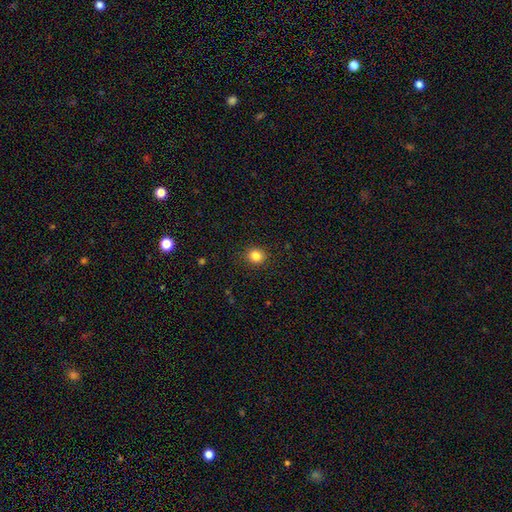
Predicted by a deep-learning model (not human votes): smooth-or-featured: smooth: 84% | star or artifact: 11% | featured or disk: 5%
  how-rounded: round: 83% | in between: 16% | cigar-shaped: 1%
  merging: none: 90% | minor disturbance: 7% | major disturbance: 2% | merger: 1%